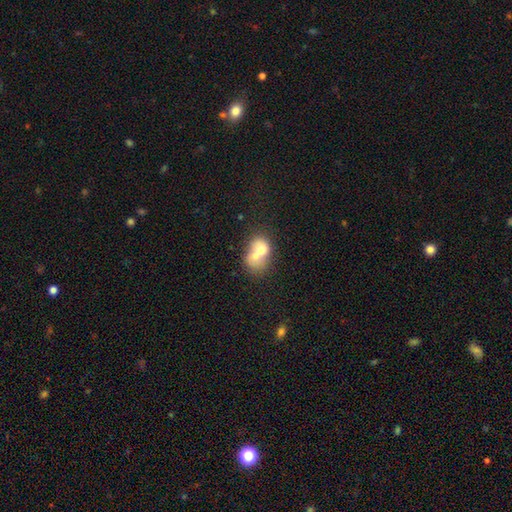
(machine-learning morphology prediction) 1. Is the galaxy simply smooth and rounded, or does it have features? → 61% smooth, 30% featured or disk, 8% star or artifact.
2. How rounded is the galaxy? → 58% in between, 41% round, 1% cigar-shaped.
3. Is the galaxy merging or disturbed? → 72% merger, 16% none, 7% minor disturbance, 4% major disturbance.